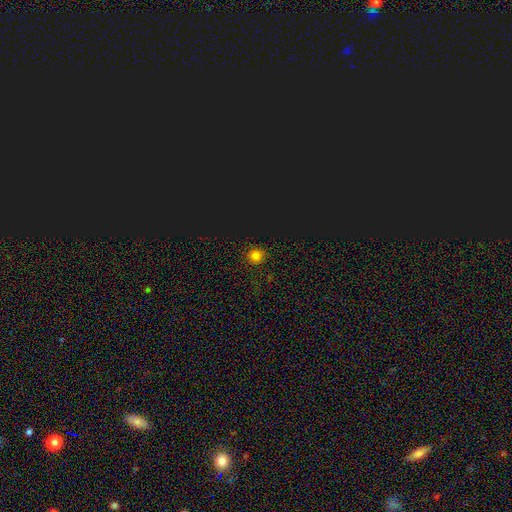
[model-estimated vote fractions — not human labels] This appears to be a smooth galaxy with no disk features (73%) that is round (92%). Merging: none (89%).